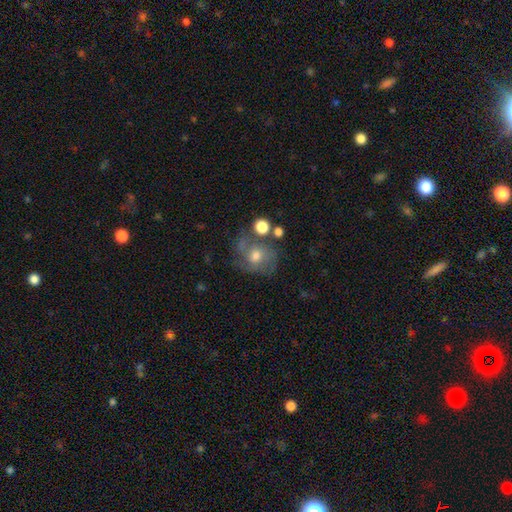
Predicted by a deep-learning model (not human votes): The model was most divided on "spiral arm count": 3: 30%, can't tell: 27%, 2: 25%, 4: 8%, 1: 5%, more than 4: 5%. Remaining: edge-on disk — no (97%); spiral arms — yes (86%); bar — no (74%); bulge size — moderate (65%); smooth or featured — featured or disk (62%); merging — none (60%); spiral winding — medium (46%).